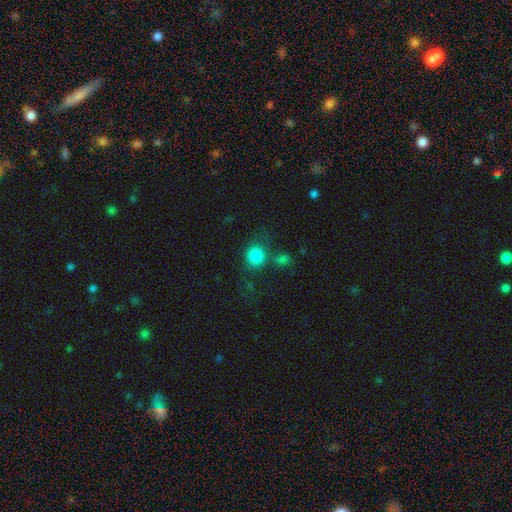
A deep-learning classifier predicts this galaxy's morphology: The model was most divided on "merging": none: 63%, merger: 16%, minor disturbance: 14%, major disturbance: 7%. More confident: smooth or featured — smooth (83%); how rounded — round (81%).